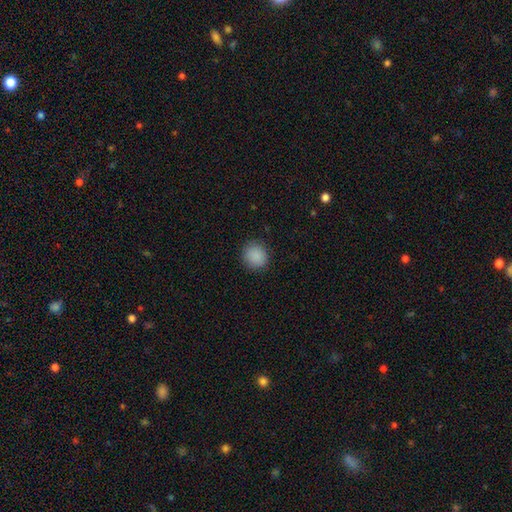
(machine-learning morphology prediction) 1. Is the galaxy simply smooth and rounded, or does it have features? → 89% smooth, 8% star or artifact, 3% featured or disk.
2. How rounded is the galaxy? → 89% round, 10% in between, 1% cigar-shaped.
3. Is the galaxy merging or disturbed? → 90% none, 7% minor disturbance, 2% major disturbance, 1% merger.